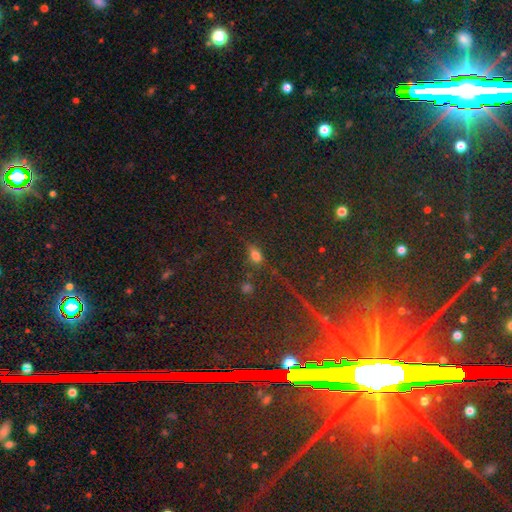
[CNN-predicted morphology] smooth 65%, star or artifact 25%, featured or disk 10%. Down the decision tree: how rounded — in between (76%); merging — none (73%).